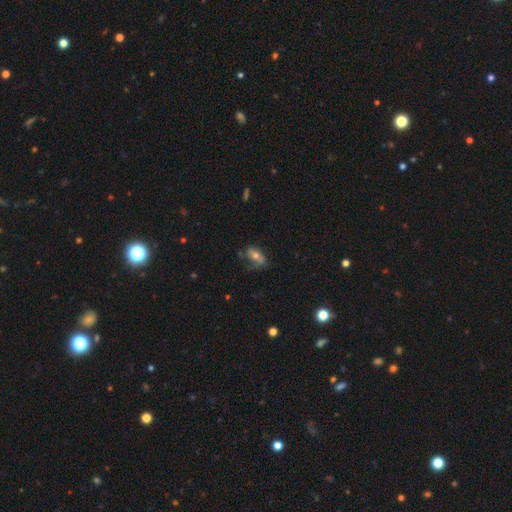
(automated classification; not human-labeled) smooth_or_featured: featured or disk (p=0.45) [alt: smooth p=0.43]
merging: none (p=0.42) [alt: minor disturbance p=0.28]